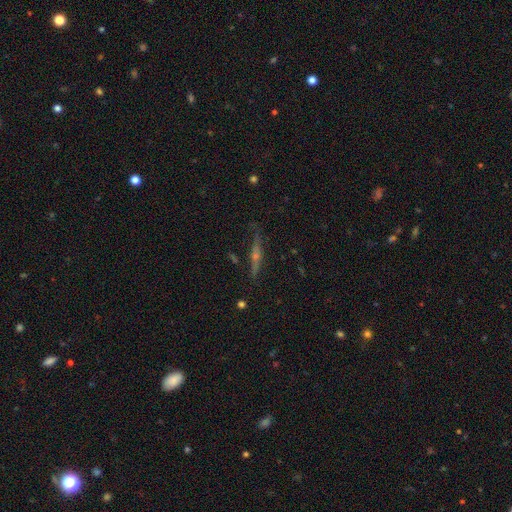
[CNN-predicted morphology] smooth-or-featured: featured or disk: 71% | smooth: 19% | star or artifact: 10%
  disk-edge-on: yes: 95% | no: 5%
    edge-on-bulge: rounded: 84% | none: 10% | boxy: 6%
  merging: none: 81% | minor disturbance: 13% | major disturbance: 3% | merger: 2%